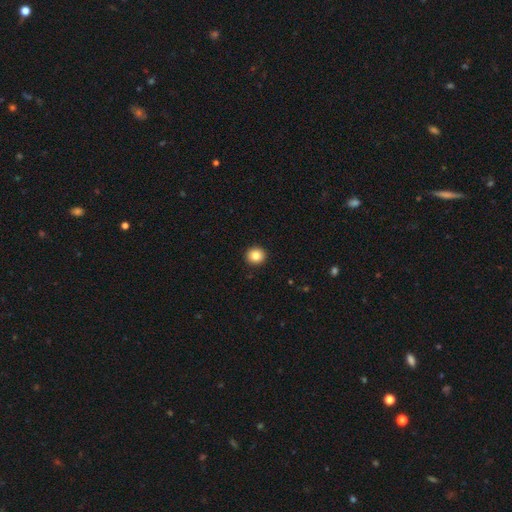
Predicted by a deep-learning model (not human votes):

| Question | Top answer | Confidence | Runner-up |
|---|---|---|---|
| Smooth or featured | smooth | 84% | star or artifact (10%) |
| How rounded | round | 91% | in between (8%) |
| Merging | none | 93% | minor disturbance (4%) |